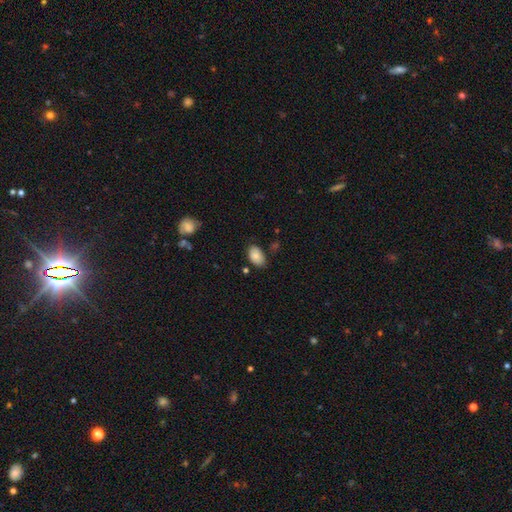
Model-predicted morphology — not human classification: The model was most divided on "merging": none: 75%, minor disturbance: 19%, merger: 4%, major disturbance: 3%. More confident: how rounded — in between (91%); smooth or featured — smooth (81%).